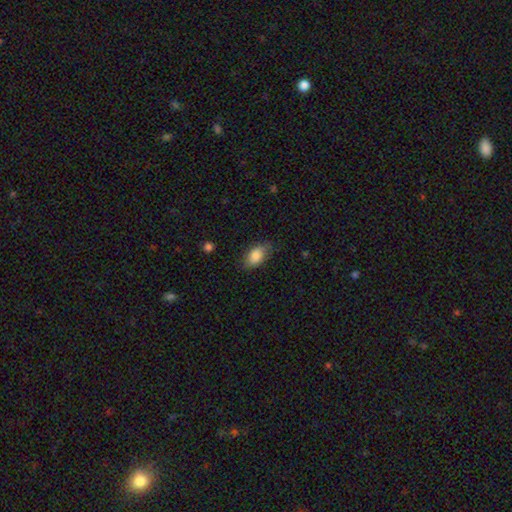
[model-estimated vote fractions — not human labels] Smooth or featured? Predicted: smooth (p=0.85). How rounded? Predicted: in between (p=0.90). Merging? Predicted: none (p=0.72).